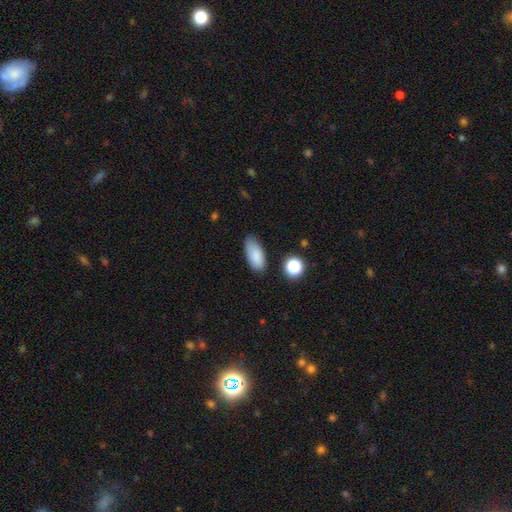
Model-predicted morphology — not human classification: Smooth or featured? Predicted: smooth (p=0.86). How rounded? Predicted: in between (p=0.86). Merging? Predicted: none (p=0.78).